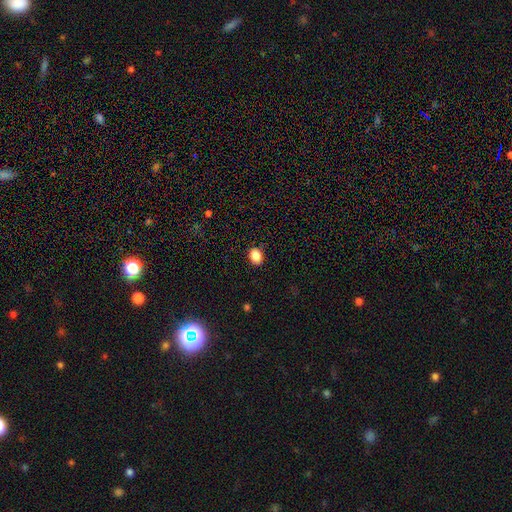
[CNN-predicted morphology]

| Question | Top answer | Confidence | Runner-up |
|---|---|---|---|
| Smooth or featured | smooth | 88% | star or artifact (9%) |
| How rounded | in between | 65% | round (34%) |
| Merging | none | 89% | minor disturbance (8%) |